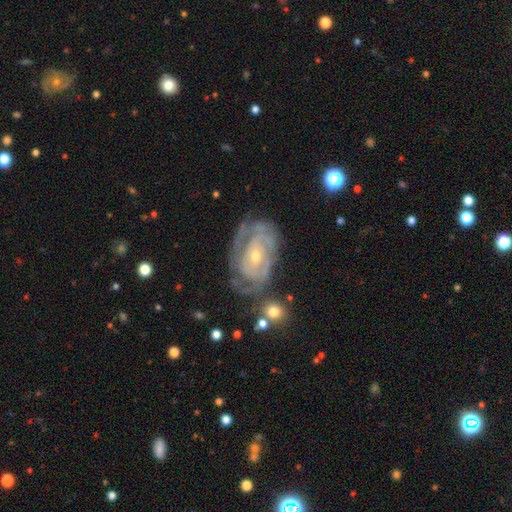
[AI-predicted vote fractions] smooth_or_featured: featured or disk (p=0.85) [alt: smooth p=0.09]
disk_edge_on: no (p=0.96) [alt: yes p=0.04]
bar: no (p=0.63) [alt: weak p=0.27]
has_spiral_arms: yes (p=0.92) [alt: no p=0.08]
spiral_winding: tight (p=0.72) [alt: medium p=0.23]
spiral_arm_count: can't tell (p=0.38) [alt: 2 p=0.24]
bulge_size: small (p=0.67) [alt: moderate p=0.30]
merging: none (p=0.62) [alt: minor disturbance p=0.21]